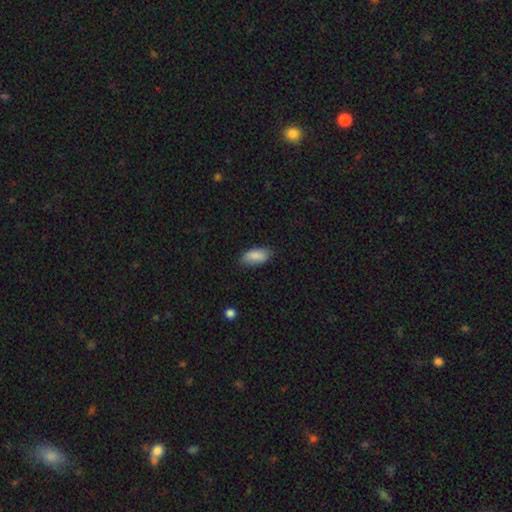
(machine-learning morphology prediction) smooth 86%, featured or disk 8%, star or artifact 7%. Down the decision tree: how rounded — in between (91%); merging — none (77%).